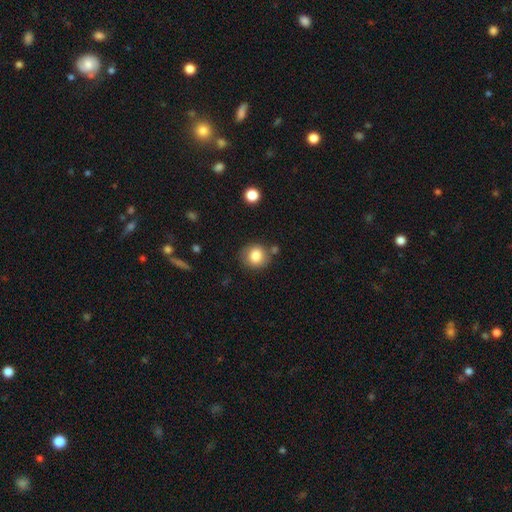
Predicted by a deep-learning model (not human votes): smooth-or-featured: smooth: 83% | star or artifact: 9% | featured or disk: 8%
  how-rounded: round: 83% | in between: 16% | cigar-shaped: 1%
  merging: none: 75% | minor disturbance: 14% | merger: 7% | major disturbance: 4%